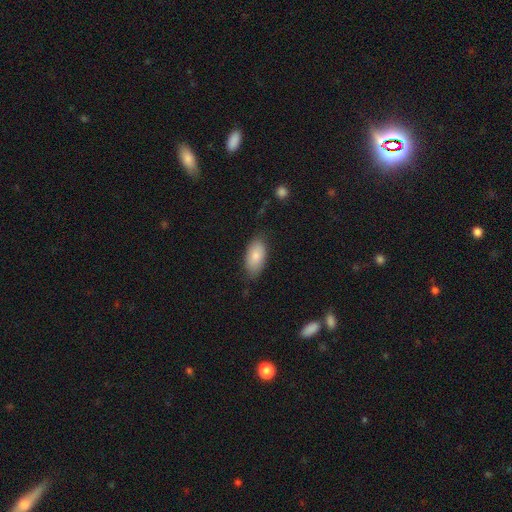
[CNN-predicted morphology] Smooth or featured? Predicted: smooth (p=0.82). How rounded? Predicted: in between (p=0.92). Merging? Predicted: none (p=0.78).